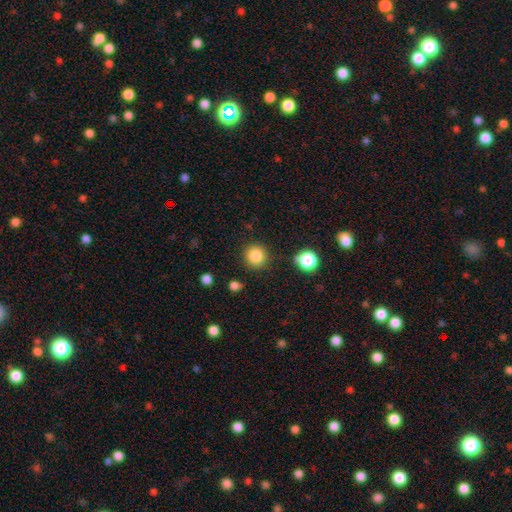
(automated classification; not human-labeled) A smooth galaxy with no disk features (84%) that is round (93%). Merging: none (87%).